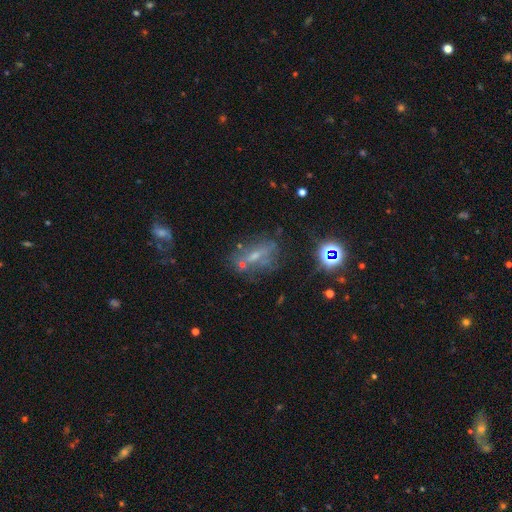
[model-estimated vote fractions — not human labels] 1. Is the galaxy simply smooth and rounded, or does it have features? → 42% featured or disk, 30% smooth, 29% star or artifact.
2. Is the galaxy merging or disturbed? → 51% none, 20% minor disturbance, 16% major disturbance, 13% merger.